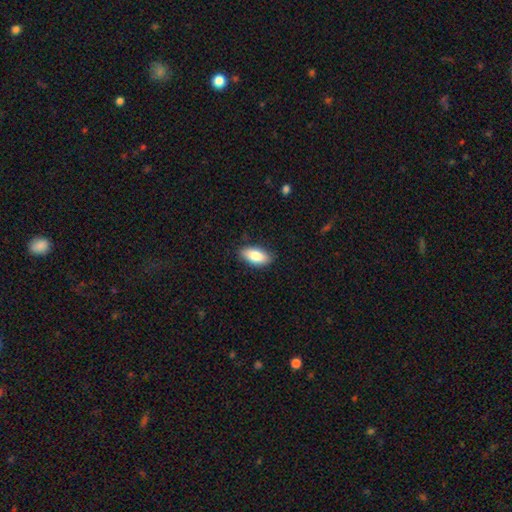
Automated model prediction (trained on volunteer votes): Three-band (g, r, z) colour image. It shows a smooth galaxy with no disk features (86%) that is in between round and cigar-shaped (90%). Merging: none (86%).